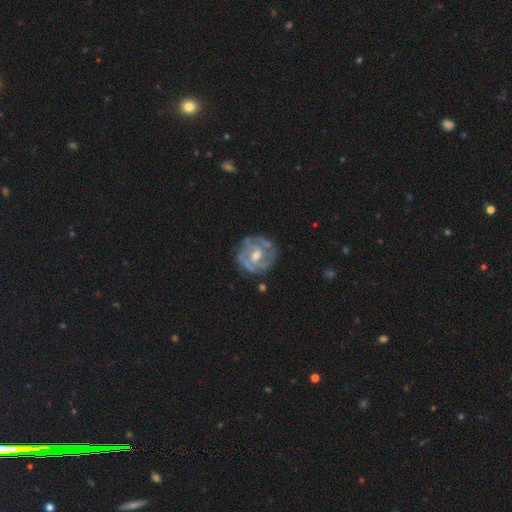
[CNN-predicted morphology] Smooth or featured? featured or disk (79%)
Edge-on disk? no (97%)
Bar? weak (44%, tied with no)
Spiral arms? yes (81%)
Spiral winding? tight (56%)
Spiral arm count? can't tell (35%)
Bulge size? moderate (65%)
Merging? none (73%)